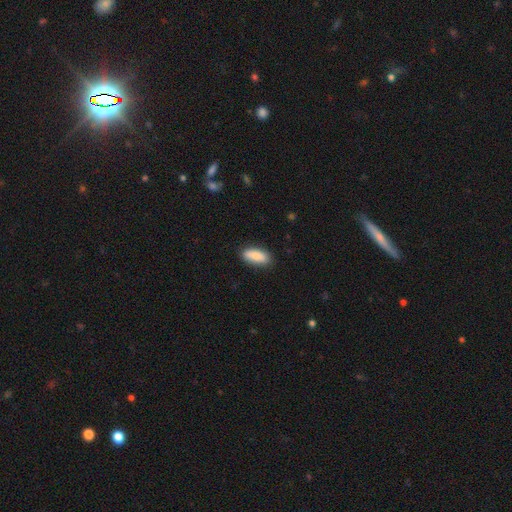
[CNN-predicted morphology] The model was most divided on "smooth or featured": smooth: 80%, featured or disk: 14%, star or artifact: 6%. More confident: how rounded — in between (86%); merging — none (85%).